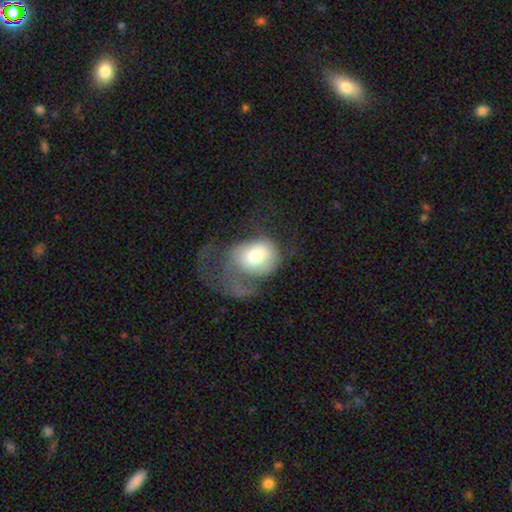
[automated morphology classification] Smooth or featured? smooth (58%)
How rounded? round (52%)
Merging? major disturbance (65%)